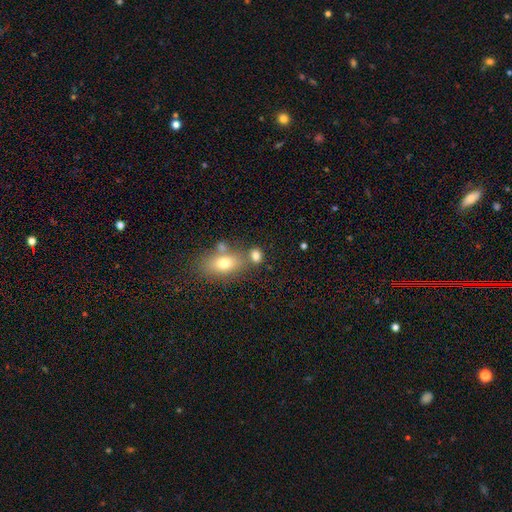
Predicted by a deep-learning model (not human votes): Smooth or featured?
  - smooth: 78% *
  - star or artifact: 12%
  - featured or disk: 10%
How rounded?
  - in between: 58% *
  - round: 39%
  - cigar-shaped: 3%
Merging?
  - none: 55% *
  - merger: 27%
  - minor disturbance: 12%
  - major disturbance: 5%